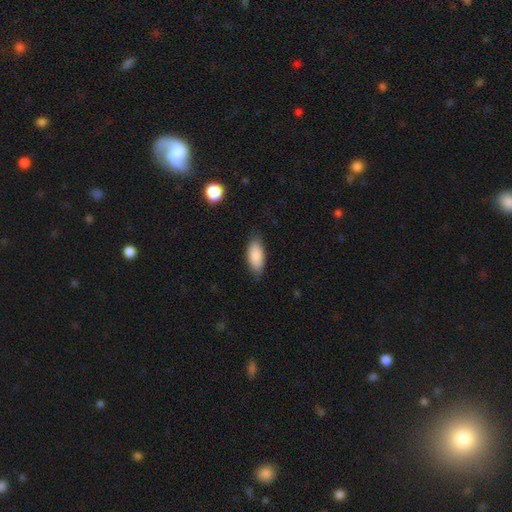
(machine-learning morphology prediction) smooth_or_featured: smooth (p=0.86) [alt: featured or disk p=0.08]
how_rounded: in between (p=0.85) [alt: cigar-shaped p=0.13]
merging: none (p=0.82) [alt: minor disturbance p=0.14]